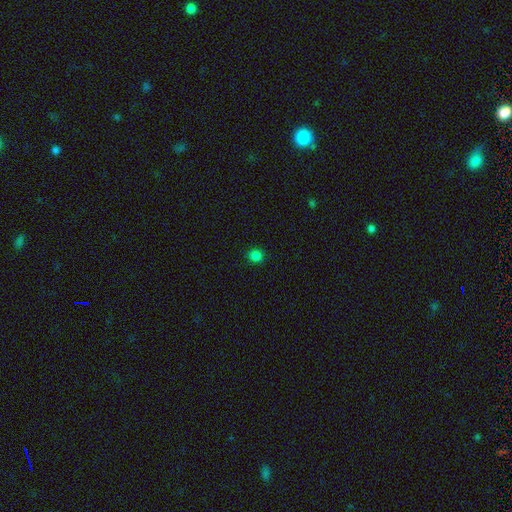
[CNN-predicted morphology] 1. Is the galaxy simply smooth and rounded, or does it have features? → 82% smooth, 15% star or artifact, 3% featured or disk.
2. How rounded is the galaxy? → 89% round, 10% in between, 1% cigar-shaped.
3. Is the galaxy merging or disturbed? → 91% none, 6% minor disturbance, 2% major disturbance, 1% merger.